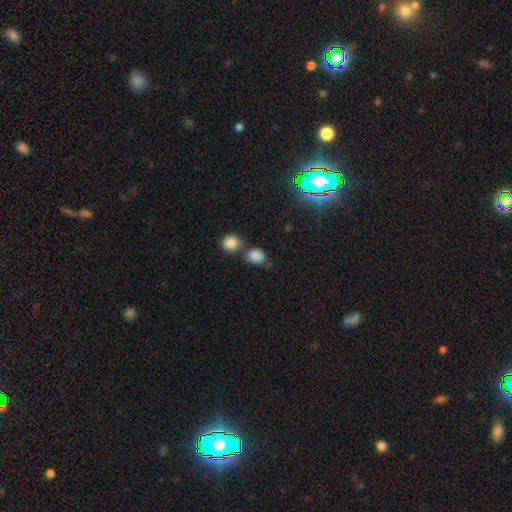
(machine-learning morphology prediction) This appears to be a smooth galaxy with no disk features (82%) that is round (51%). Merging: none (51%).